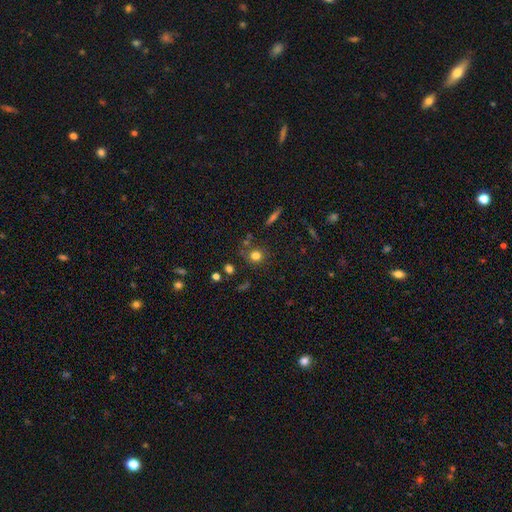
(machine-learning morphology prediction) Smooth or featured? smooth (77%)
How rounded? round (86%)
Merging? none (77%)